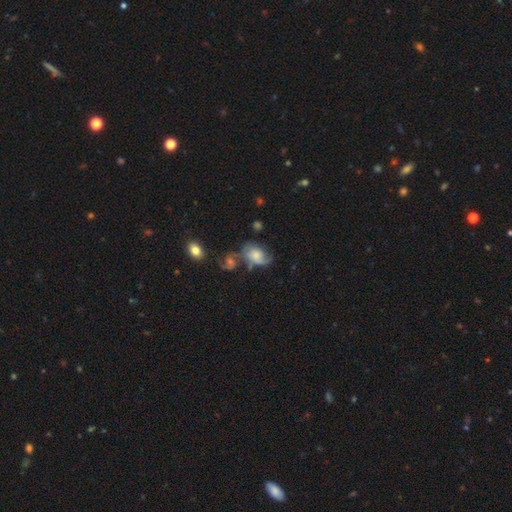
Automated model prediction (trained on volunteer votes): Smooth or featured: featured or disk — 57% (smooth — 34%)
Edge-on disk: no — 97% (yes — 3%)
Bar: no — 73% (weak — 24%)
Spiral arms: yes — 86% (no — 14%)
Bulge size: moderate — 37% (small — 27%)
Merging: none — 34% (merger — 23%)